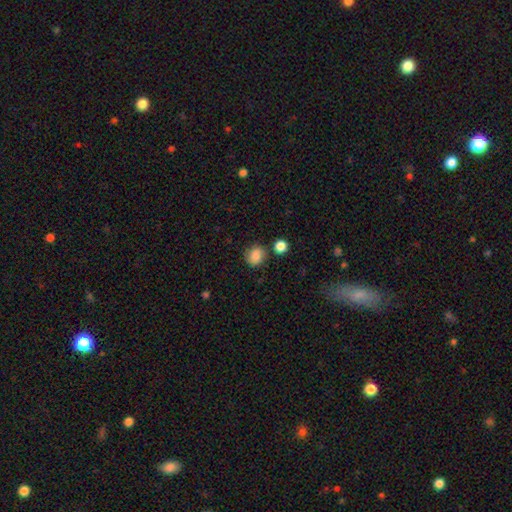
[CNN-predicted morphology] A smooth galaxy with no disk features (83%) that is round (74%).

Vote fractions:
- Smooth or featured? smooth: 83% / star or artifact: 10% / featured or disk: 7%
- How rounded? round: 74% / in between: 25% / cigar-shaped: 1%
- Merging? none: 74% / minor disturbance: 15% / merger: 7% / major disturbance: 4%